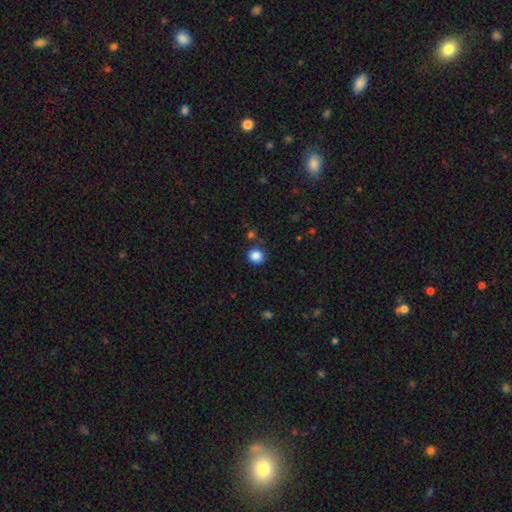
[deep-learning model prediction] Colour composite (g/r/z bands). It shows a smooth galaxy with no disk features (86%) that is round (85%). Merging: none (82%).